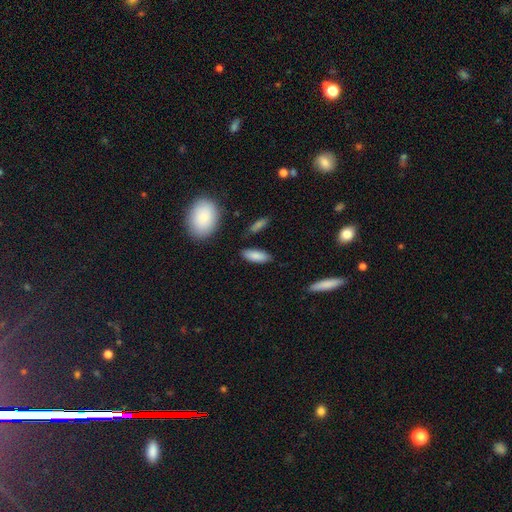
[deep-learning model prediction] A smooth galaxy with no disk features (84%) that is in between round and cigar-shaped (75%). Merging: none (81%).